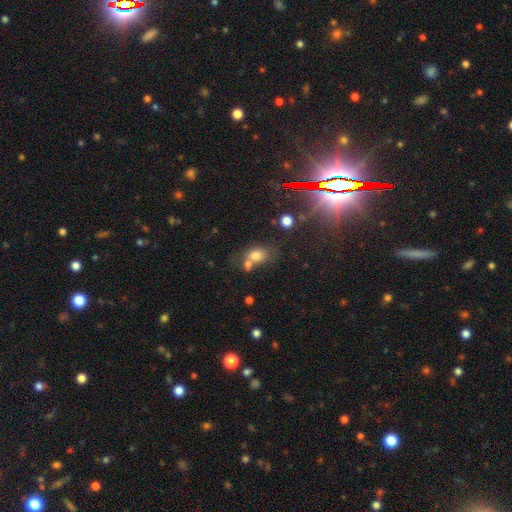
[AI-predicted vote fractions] Overall: smooth (74%). How rounded: in between (65%; round 33%). Merging: none (42%; merger 37%).